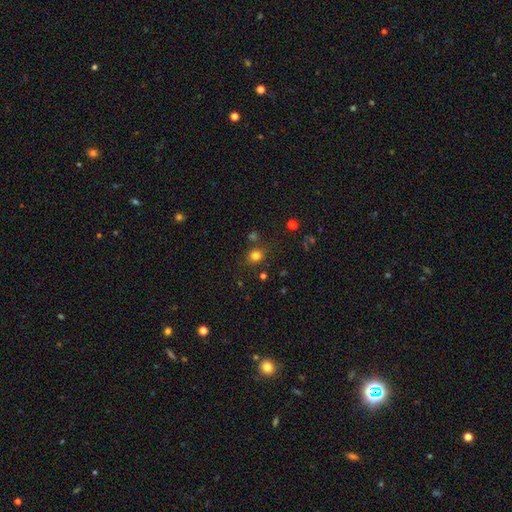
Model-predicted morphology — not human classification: This is likely a smooth galaxy (78%). How rounded: likely round (77%). Merging: likely none (78%).